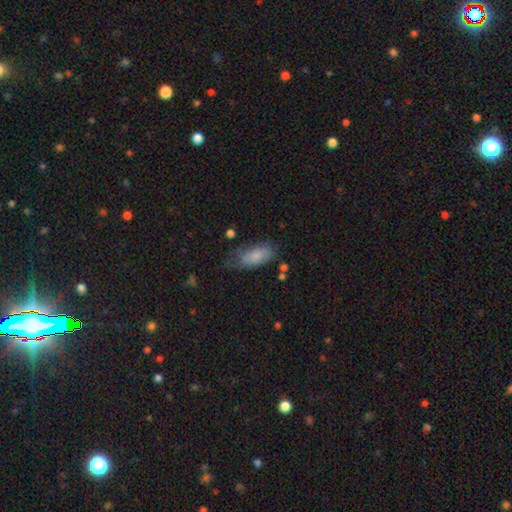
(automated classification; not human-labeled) Morphology: type=smooth (77%); roundness=in between (86%); merging=none (50%).